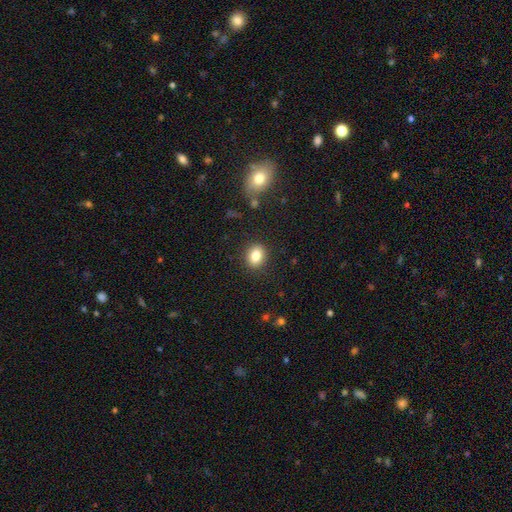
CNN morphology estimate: smooth 84%, star or artifact 10%, featured or disk 7%. Down the decision tree: how rounded — in between (52%); merging — none (88%).